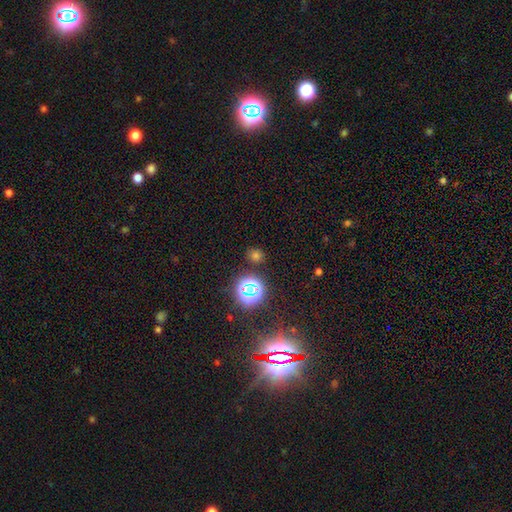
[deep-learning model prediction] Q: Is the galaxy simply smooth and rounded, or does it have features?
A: smooth — 52%.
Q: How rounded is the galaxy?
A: round — 78%.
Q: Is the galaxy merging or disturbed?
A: none — 84%.